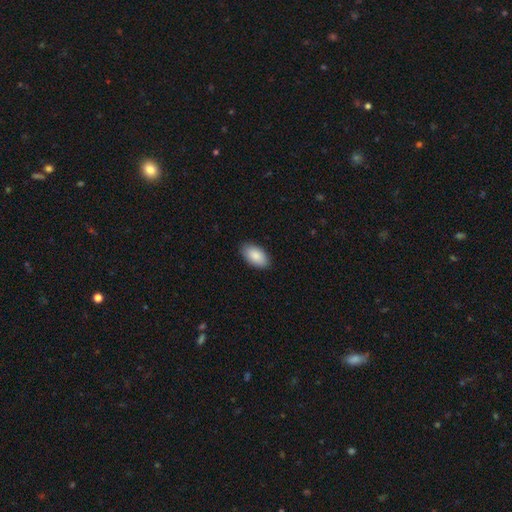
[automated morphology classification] The model was most divided on "merging": none: 88%, minor disturbance: 9%, major disturbance: 2%, merger: 1%. More confident: how rounded — in between (96%); smooth or featured — smooth (88%).